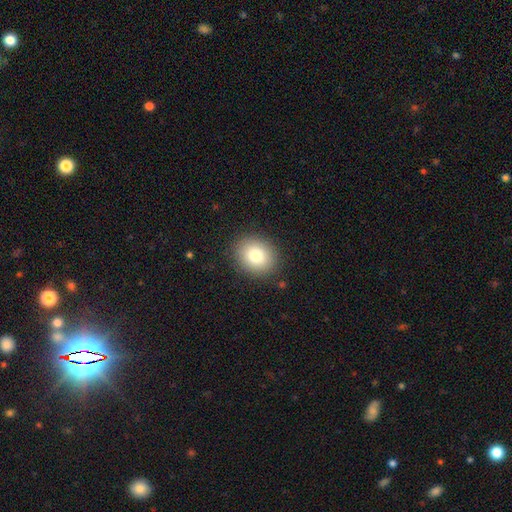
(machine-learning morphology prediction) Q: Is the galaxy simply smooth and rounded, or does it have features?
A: smooth — 81%.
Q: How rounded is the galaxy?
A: round — 64%.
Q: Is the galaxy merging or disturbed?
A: none — 88%.